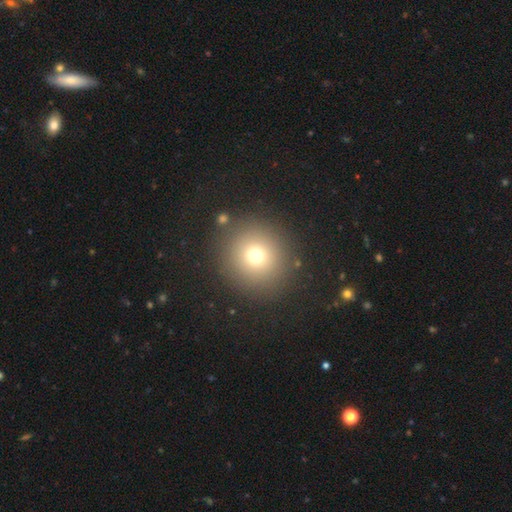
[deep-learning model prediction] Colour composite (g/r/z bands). It shows a smooth galaxy with no disk features (72%) that is round (94%). Merging: none (88%).